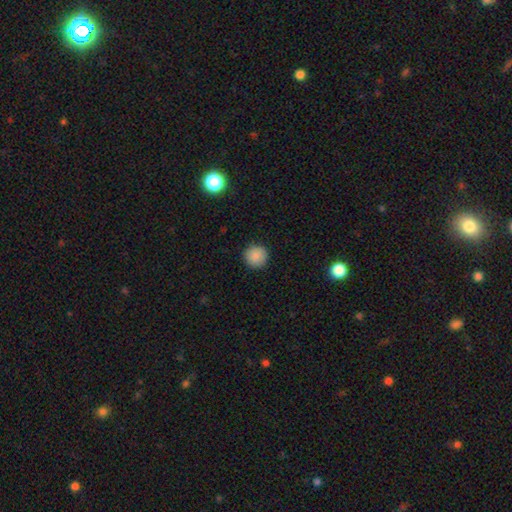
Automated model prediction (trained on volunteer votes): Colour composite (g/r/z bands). It shows a smooth galaxy with no disk features (88%) that is round (95%). Merging: none (92%).